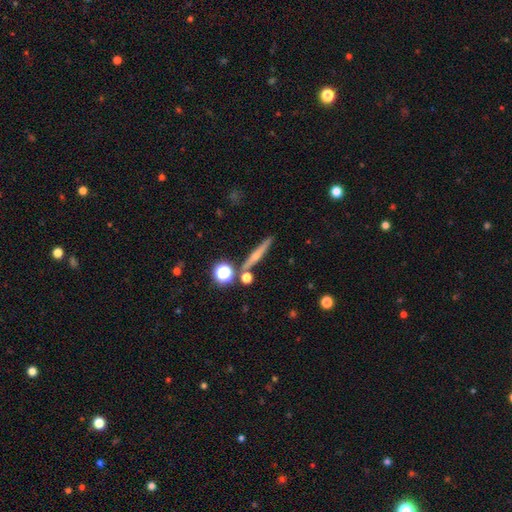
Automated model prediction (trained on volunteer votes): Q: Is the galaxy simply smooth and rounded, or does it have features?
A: featured or disk — 61%.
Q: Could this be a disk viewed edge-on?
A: yes — 95%.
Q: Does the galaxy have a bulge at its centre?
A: rounded — 79%.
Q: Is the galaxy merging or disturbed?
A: none — 84%.